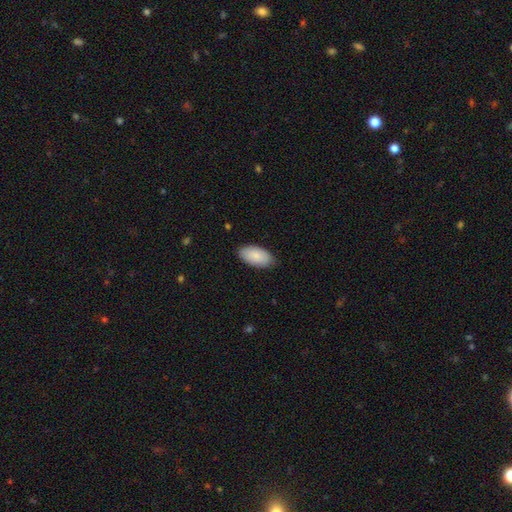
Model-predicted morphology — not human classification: The model was most divided on "merging": none: 84%, minor disturbance: 13%, major disturbance: 2%, merger: 1%. More confident: how rounded — in between (96%); smooth or featured — smooth (88%).